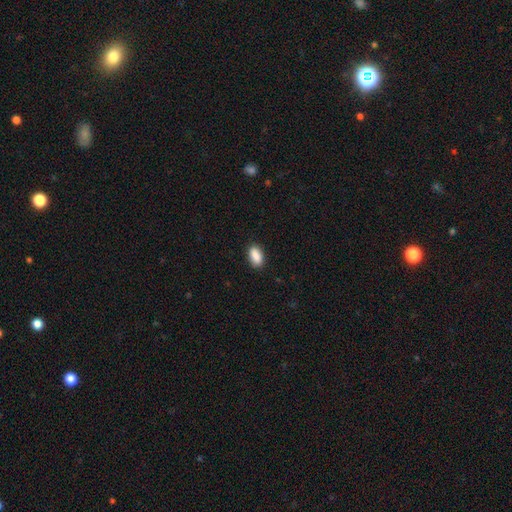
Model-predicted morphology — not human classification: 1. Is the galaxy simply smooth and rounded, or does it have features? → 89% smooth, 7% star or artifact, 4% featured or disk.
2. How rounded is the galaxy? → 90% in between, 6% cigar-shaped, 4% round.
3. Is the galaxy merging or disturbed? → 87% none, 10% minor disturbance, 2% major disturbance, 1% merger.